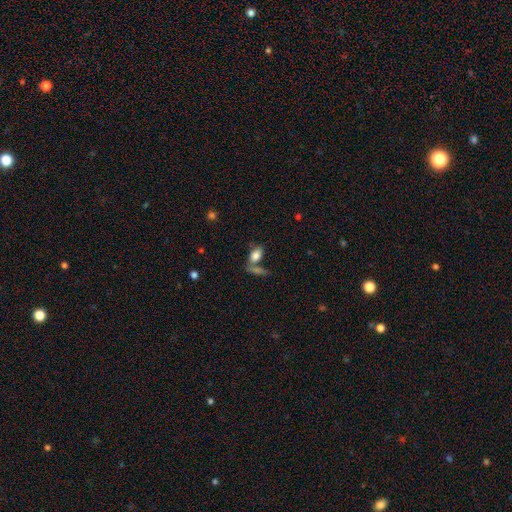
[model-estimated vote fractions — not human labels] This is likely a smooth galaxy (79%). How rounded: clearly in between (88%). Merging: possibly none (47%).